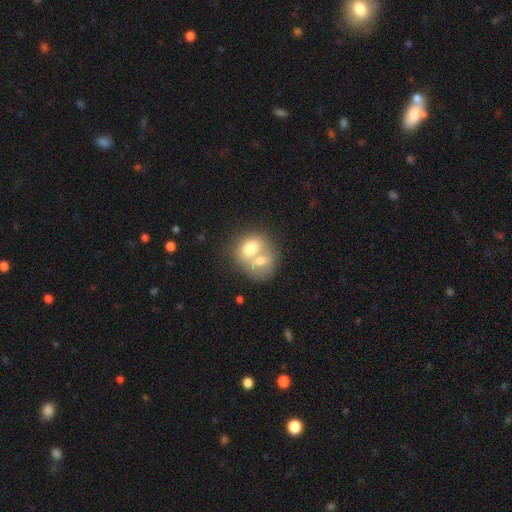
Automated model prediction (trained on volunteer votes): smooth-or-featured: smooth: 64% | featured or disk: 28% | star or artifact: 9%
  how-rounded: round: 56% | in between: 43% | cigar-shaped: 1%
  merging: merger: 71% | none: 19% | minor disturbance: 6% | major disturbance: 3%